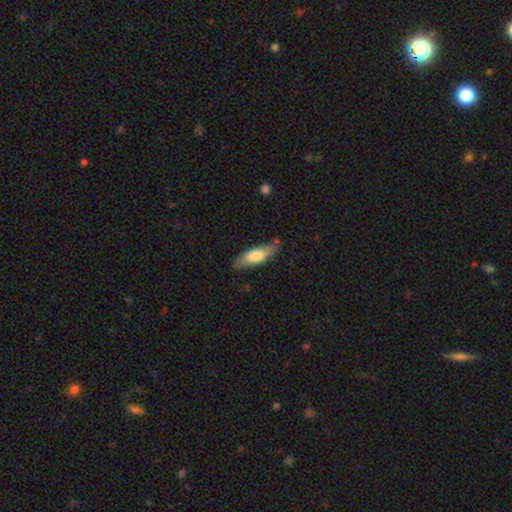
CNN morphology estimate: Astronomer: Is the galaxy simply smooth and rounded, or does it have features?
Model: smooth — 71%.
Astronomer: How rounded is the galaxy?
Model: in between — 53% (runner-up: cigar-shaped, 46%).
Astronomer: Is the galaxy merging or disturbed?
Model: none — 76%.